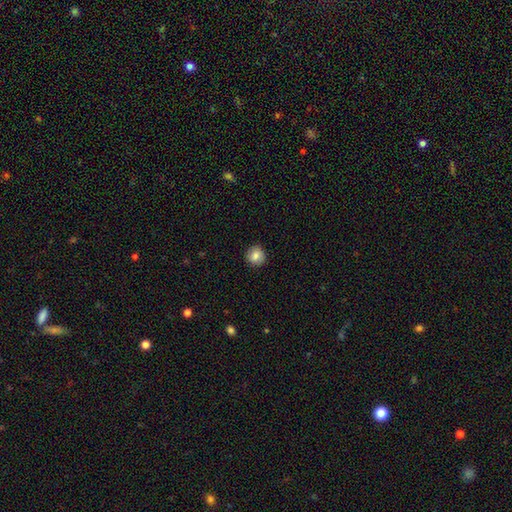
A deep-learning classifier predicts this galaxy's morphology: Smooth or featured?
  - smooth: 83% *
  - star or artifact: 9%
  - featured or disk: 8%
How rounded?
  - round: 92% *
  - in between: 7%
  - cigar-shaped: 1%
Merging?
  - none: 90% *
  - minor disturbance: 7%
  - major disturbance: 2%
  - merger: 1%